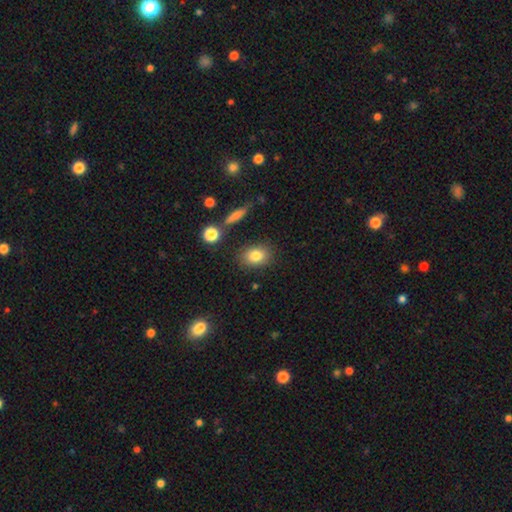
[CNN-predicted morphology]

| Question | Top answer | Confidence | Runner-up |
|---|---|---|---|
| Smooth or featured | smooth | 81% | featured or disk (10%) |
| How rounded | in between | 64% | round (34%) |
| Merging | none | 83% | minor disturbance (11%) |